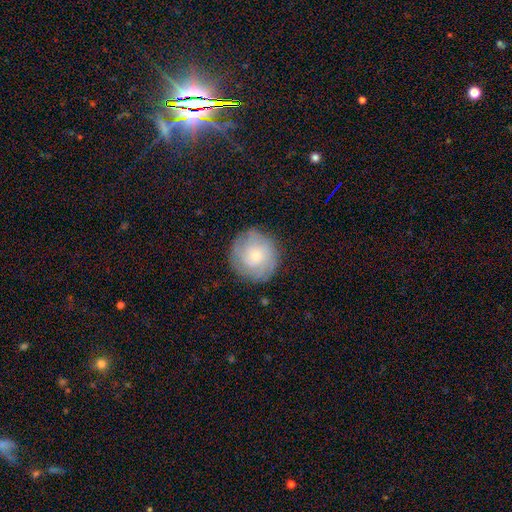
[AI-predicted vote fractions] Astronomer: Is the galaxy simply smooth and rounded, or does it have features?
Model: featured or disk — 49% (runner-up: smooth, 43%).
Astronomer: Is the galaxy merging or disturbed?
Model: none — 83%.